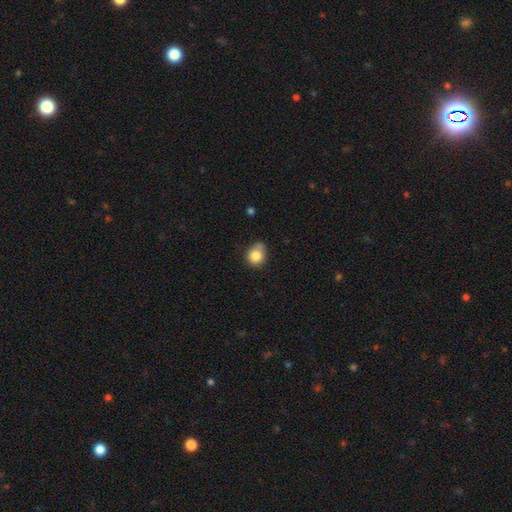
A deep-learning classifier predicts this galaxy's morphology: smooth-or-featured: smooth: 83% | star or artifact: 10% | featured or disk: 7%
  how-rounded: round: 75% | in between: 24% | cigar-shaped: 1%
  merging: none: 55% | minor disturbance: 32% | major disturbance: 7% | merger: 6%